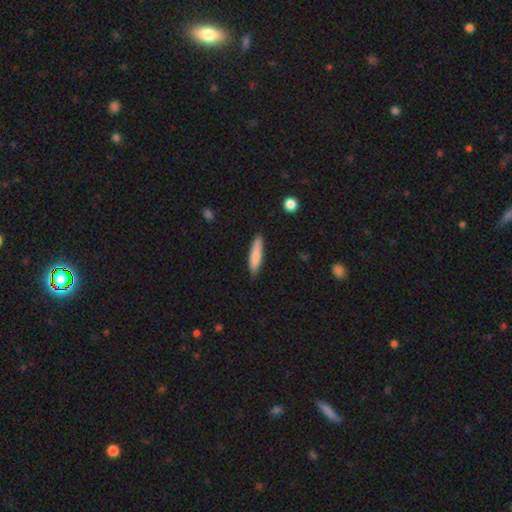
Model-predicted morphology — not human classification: smooth-or-featured: smooth: 81% | featured or disk: 14% | star or artifact: 6%
  how-rounded: cigar-shaped: 84% | in between: 15% | round: 1%
  merging: none: 86% | minor disturbance: 11% | major disturbance: 2% | merger: 1%